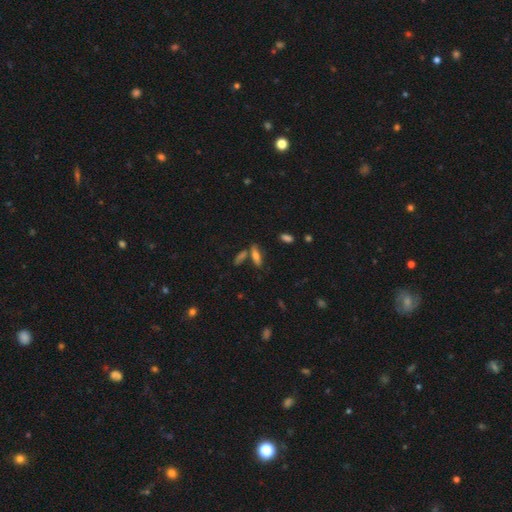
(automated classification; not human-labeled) Smooth or featured? Predicted: smooth (p=0.66). How rounded? Predicted: cigar-shaped (p=0.56). Merging? Predicted: none (p=0.68).